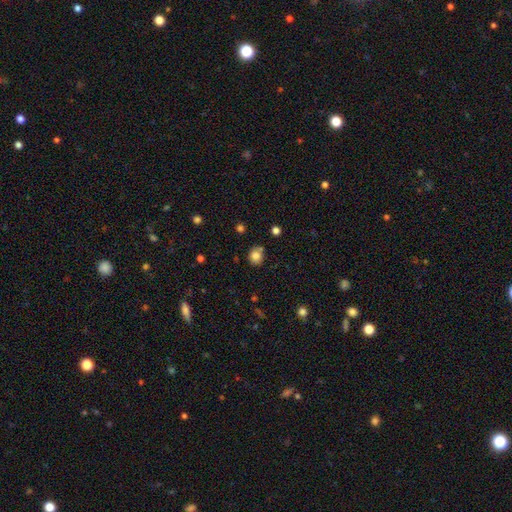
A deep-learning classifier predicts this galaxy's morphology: type=smooth (82%); roundness=round (75%); merging=none (71%).